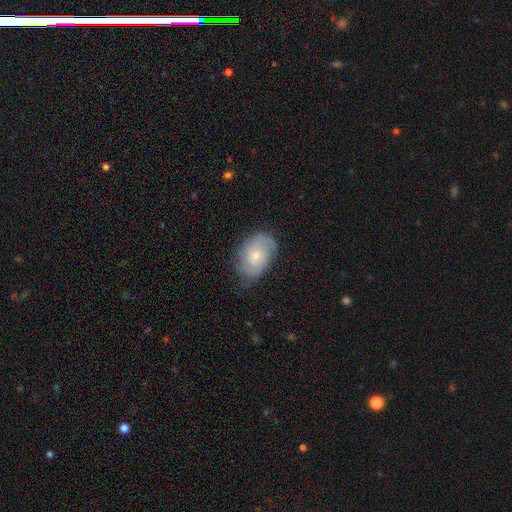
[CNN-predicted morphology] featured or disk 50%, smooth 43%, star or artifact 7%. Down the decision tree: merging — none (67%).